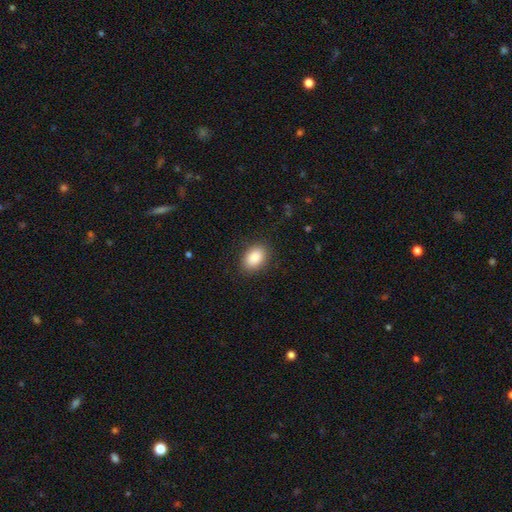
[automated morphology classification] A smooth galaxy with no disk features (88%) that is in between round and cigar-shaped (82%).

Vote fractions:
- Smooth or featured? smooth: 88% / star or artifact: 7% / featured or disk: 5%
- How rounded? in between: 82% / round: 16% / cigar-shaped: 1%
- Merging? none: 86% / minor disturbance: 10% / major disturbance: 3% / merger: 1%